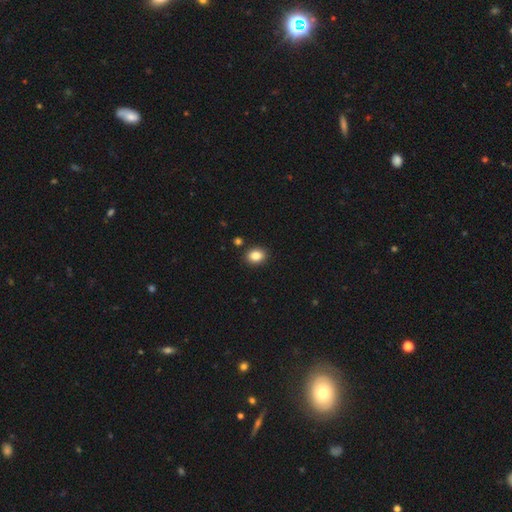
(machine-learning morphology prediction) Q: Smooth or featured?
A: smooth (86%); runner-up: star or artifact (9%)
Q: How rounded?
A: in between (61%); runner-up: round (38%)
Q: Merging?
A: none (89%); runner-up: minor disturbance (7%)